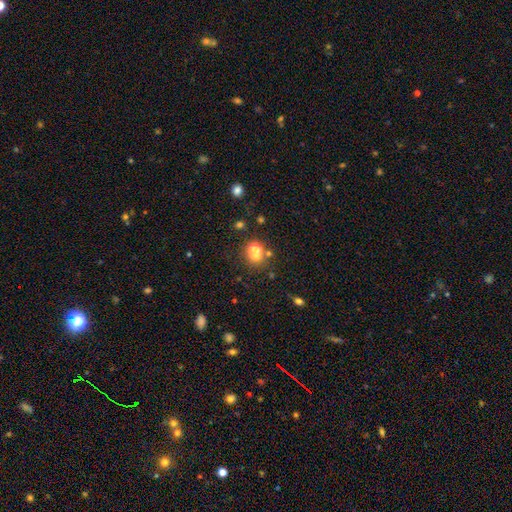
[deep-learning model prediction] Smooth or featured?
  - smooth: 71% *
  - star or artifact: 17%
  - featured or disk: 12%
How rounded?
  - round: 61% *
  - in between: 37%
  - cigar-shaped: 1%
Merging?
  - none: 56% *
  - merger: 24%
  - minor disturbance: 14%
  - major disturbance: 6%